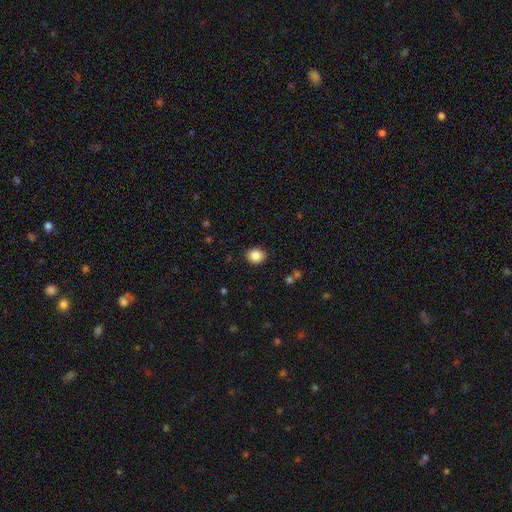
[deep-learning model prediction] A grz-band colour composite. It shows a smooth galaxy with no disk features (86%) that is round (61%). Merging: none (89%).